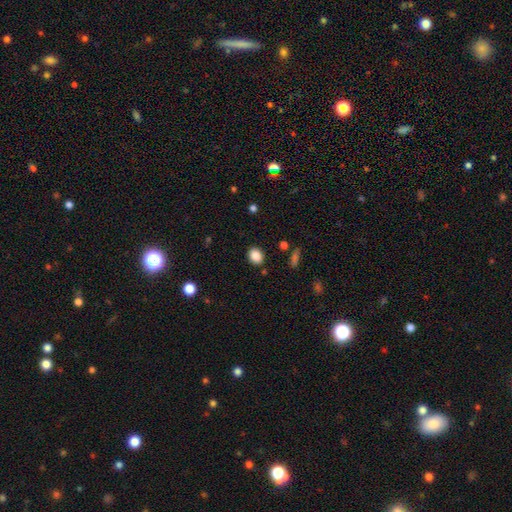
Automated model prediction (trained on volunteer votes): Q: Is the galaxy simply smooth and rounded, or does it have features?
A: smooth — 86%.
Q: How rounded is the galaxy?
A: round — 53%.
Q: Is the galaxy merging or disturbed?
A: none — 88%.